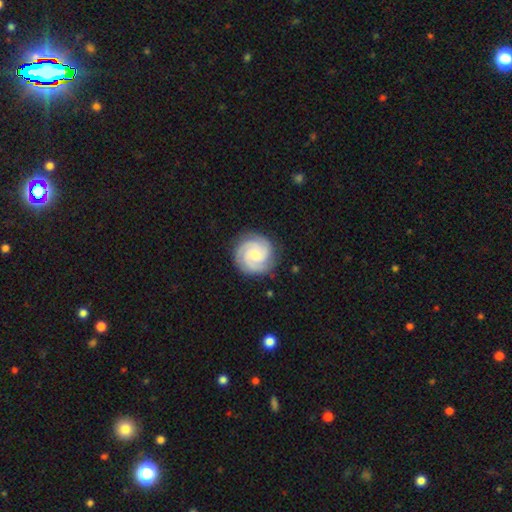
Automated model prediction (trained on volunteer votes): Overall: featured or disk (84%). Edge-on disk: no (98%). Bar: no (72%). Spiral arms: yes (98%). Spiral arm count: 3 (60%). Spiral winding: tight (73%). Bulge size: small (48%; moderate 46%). Merging: none (86%).